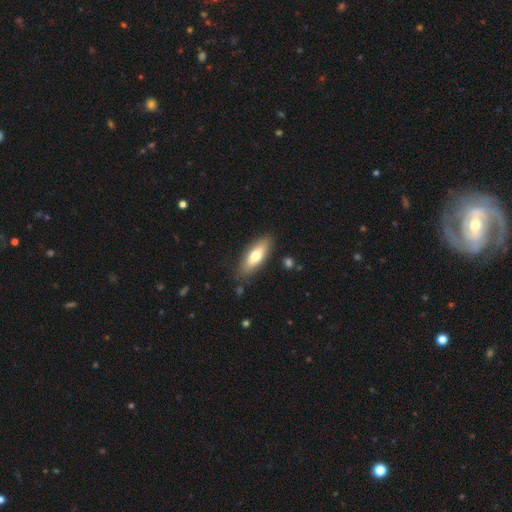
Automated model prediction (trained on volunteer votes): Smooth or featured? Predicted: smooth (p=0.67). How rounded? Predicted: in between (p=0.63). Merging? Predicted: none (p=0.83).